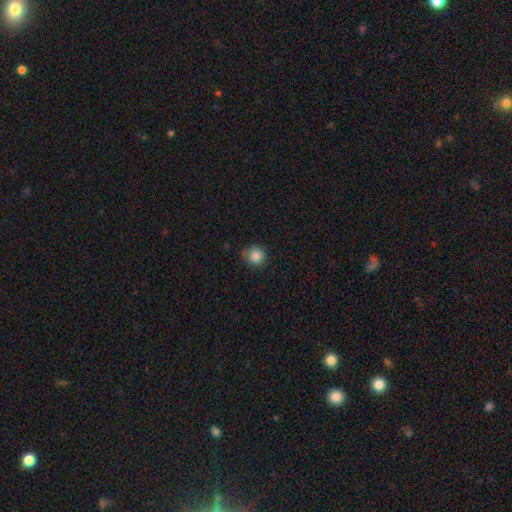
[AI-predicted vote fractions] This is clearly a smooth galaxy (86%). How rounded: clearly round (90%). Merging: likely none (78%).